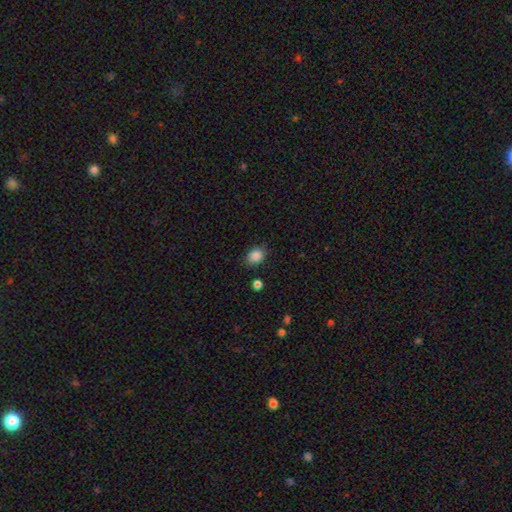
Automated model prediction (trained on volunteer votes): The model was most divided on "how rounded": in between: 61%, round: 38%, cigar-shaped: 1%. More confident: smooth or featured — smooth (86%); merging — none (81%).